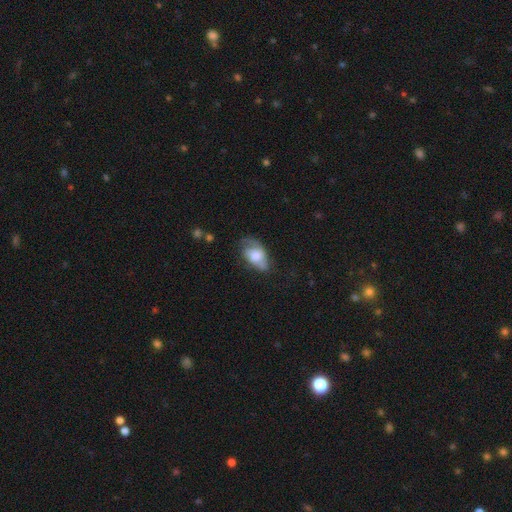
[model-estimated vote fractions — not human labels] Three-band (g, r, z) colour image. It shows a smooth galaxy with no disk features (54%) that is in between round and cigar-shaped (88%). Merging: none (40%).